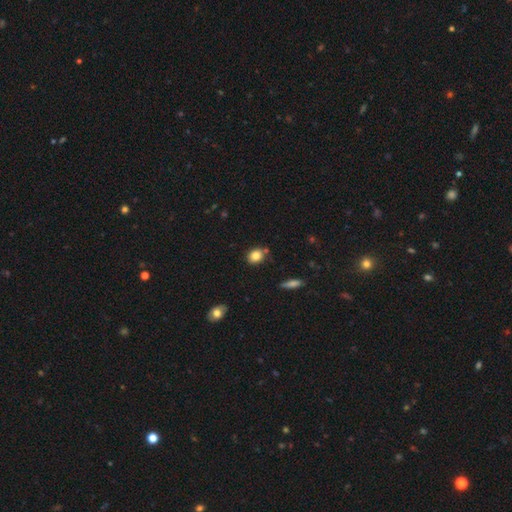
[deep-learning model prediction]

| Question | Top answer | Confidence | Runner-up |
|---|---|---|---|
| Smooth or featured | smooth | 82% | star or artifact (10%) |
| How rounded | round | 51% | in between (47%) |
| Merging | none | 75% | minor disturbance (15%) |